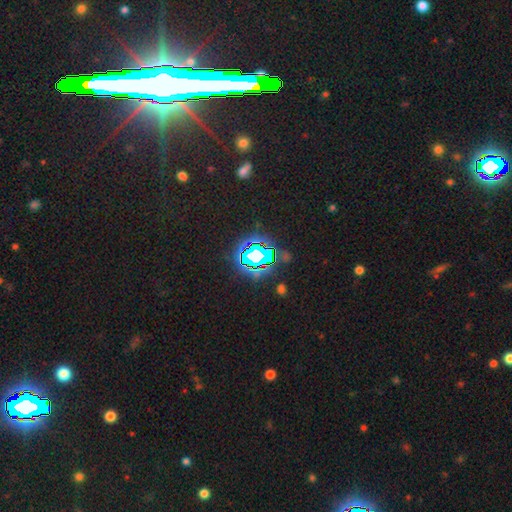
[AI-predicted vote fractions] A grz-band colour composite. It shows a star or artifact, not a galaxy (71%).